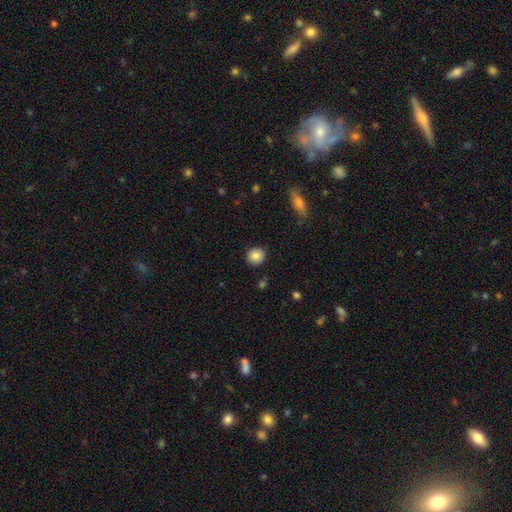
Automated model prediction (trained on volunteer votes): Morphology: type=smooth (86%); roundness=round (87%); merging=none (89%).